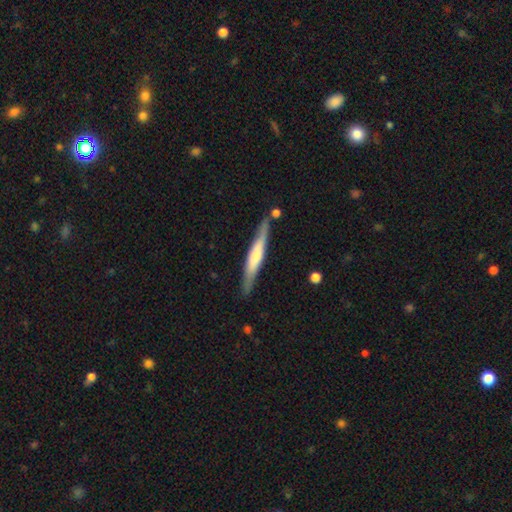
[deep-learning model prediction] Overall: featured or disk (52%; smooth 43%). Edge-on disk: yes (94%). Merging: none (81%).